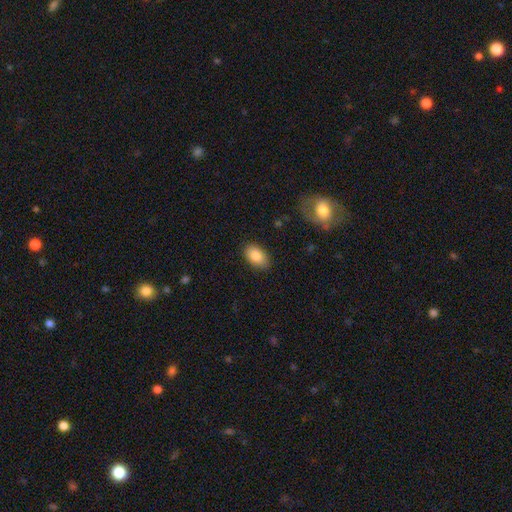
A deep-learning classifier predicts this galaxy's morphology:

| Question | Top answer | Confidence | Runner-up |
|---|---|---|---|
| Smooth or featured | smooth | 86% | star or artifact (7%) |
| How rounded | in between | 93% | round (5%) |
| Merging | none | 86% | minor disturbance (10%) |